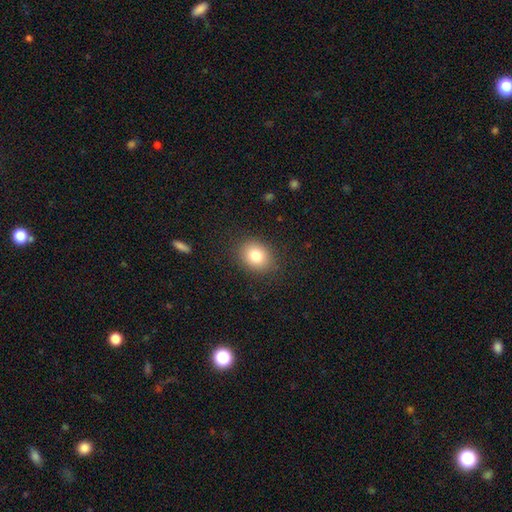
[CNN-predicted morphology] A smooth galaxy with no disk features (80%) that is round (53%). Merging: none (87%).